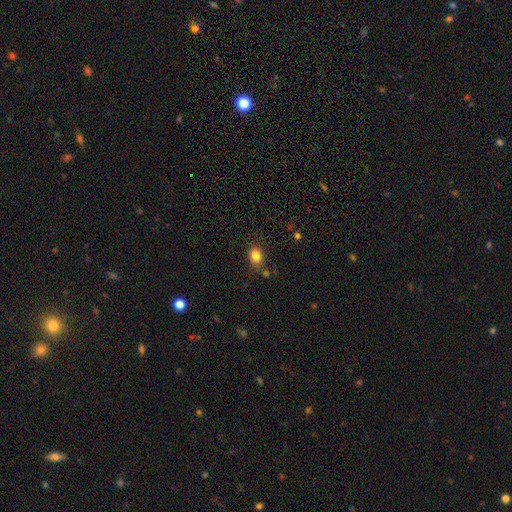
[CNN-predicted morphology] Smooth or featured? smooth (83%)
How rounded? round (50%)
Merging? none (80%)